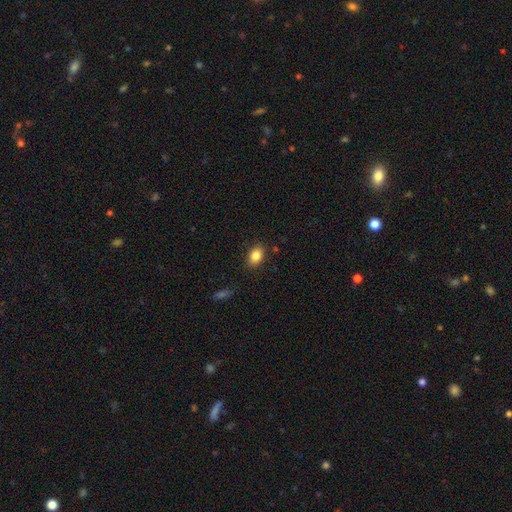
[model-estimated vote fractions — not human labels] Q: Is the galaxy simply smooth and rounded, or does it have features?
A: smooth — 85%.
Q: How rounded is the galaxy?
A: in between — 80%.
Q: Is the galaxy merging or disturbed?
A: none — 85%.